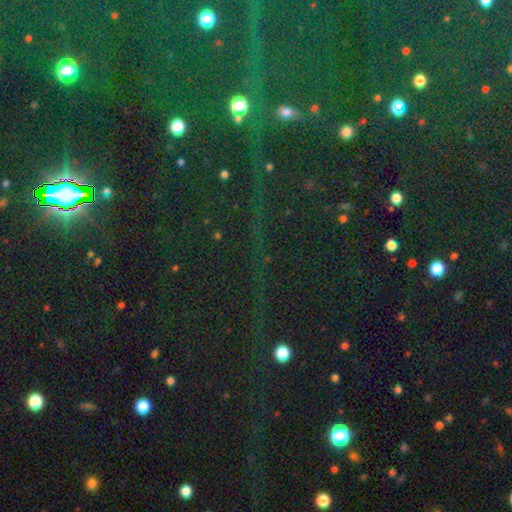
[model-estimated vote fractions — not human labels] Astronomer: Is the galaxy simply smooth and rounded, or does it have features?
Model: star or artifact — 81%.